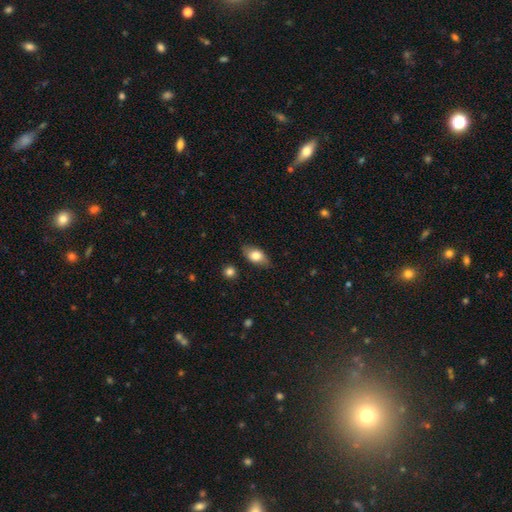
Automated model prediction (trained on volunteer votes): Morphology: type=smooth (74%); roundness=in between (87%); merging=none (80%).